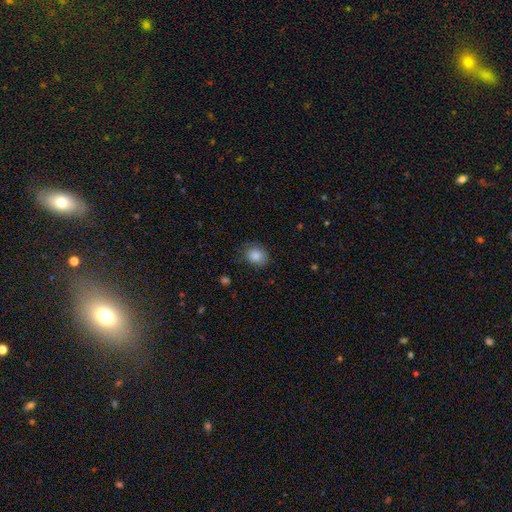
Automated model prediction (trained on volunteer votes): Morphology: type=smooth (86%); roundness=round (59%); merging=none (76%).